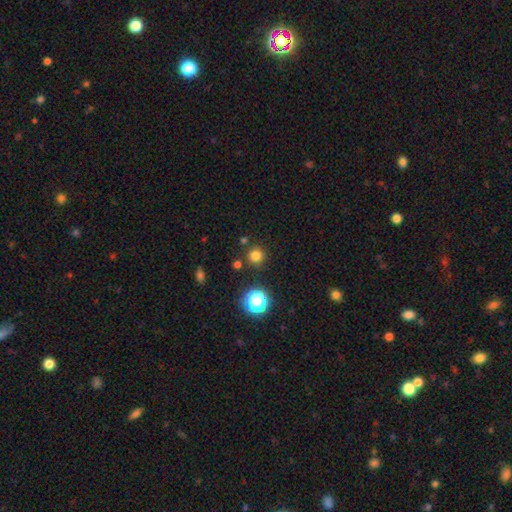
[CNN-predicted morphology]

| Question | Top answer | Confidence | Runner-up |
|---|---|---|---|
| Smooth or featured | smooth | 77% | star or artifact (18%) |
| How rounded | round | 95% | in between (4%) |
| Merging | none | 87% | minor disturbance (6%) |